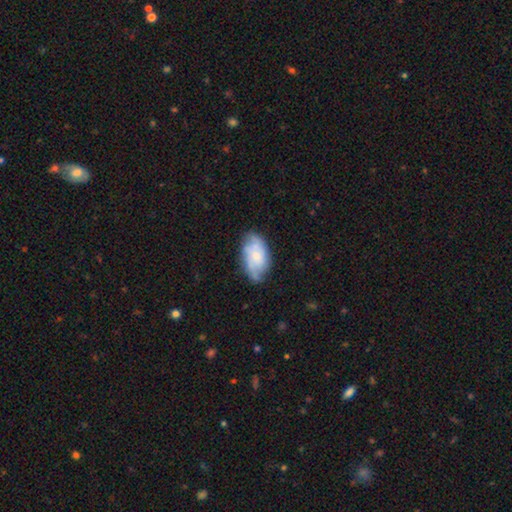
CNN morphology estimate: A featured or disk galaxy (50%). Merging: none (64%).